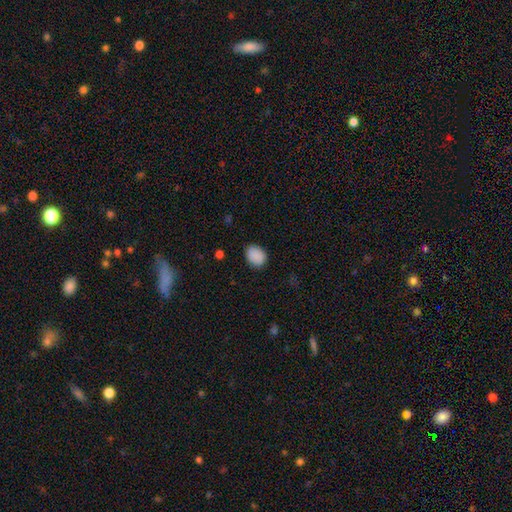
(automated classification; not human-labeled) smooth 89%, star or artifact 8%, featured or disk 3%. Down the decision tree: how rounded — in between (60%); merging — none (85%).